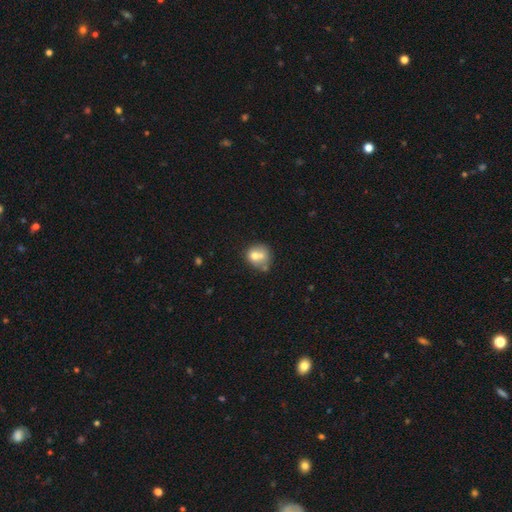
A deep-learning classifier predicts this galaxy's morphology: The model was most divided on "merging": merger: 41%, none: 40%, minor disturbance: 13%, major disturbance: 5%. More confident: how rounded — round (78%); smooth or featured — smooth (67%).